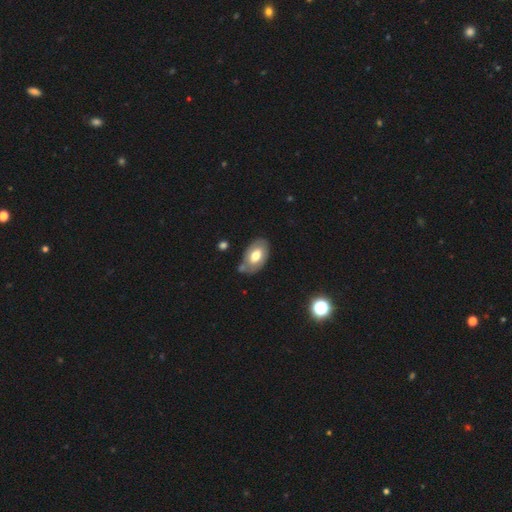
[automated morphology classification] A smooth galaxy with no disk features (60%) that is in between round and cigar-shaped (91%). Merging: none (64%).